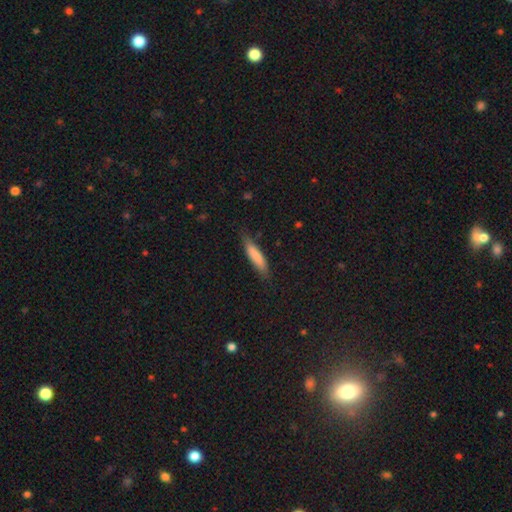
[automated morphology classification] Smooth or featured?
  - smooth: 81% *
  - featured or disk: 13%
  - star or artifact: 6%
How rounded?
  - cigar-shaped: 80% *
  - in between: 18%
  - round: 1%
Merging?
  - none: 78% *
  - minor disturbance: 17%
  - major disturbance: 3%
  - merger: 1%